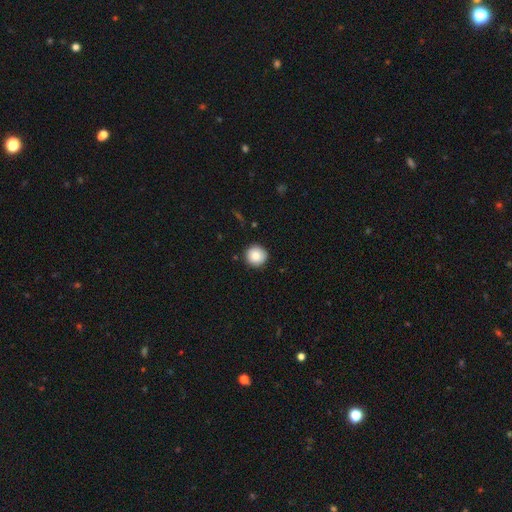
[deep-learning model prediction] smooth 87%, star or artifact 8%, featured or disk 5%. Down the decision tree: how rounded — round (95%); merging — none (90%).